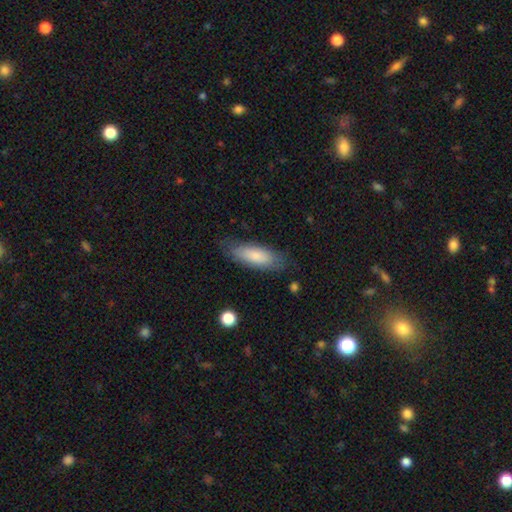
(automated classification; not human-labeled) smooth-or-featured: smooth: 80% | featured or disk: 14% | star or artifact: 6%
  how-rounded: in between: 62% | cigar-shaped: 36% | round: 2%
  merging: none: 78% | minor disturbance: 16% | major disturbance: 4% | merger: 1%